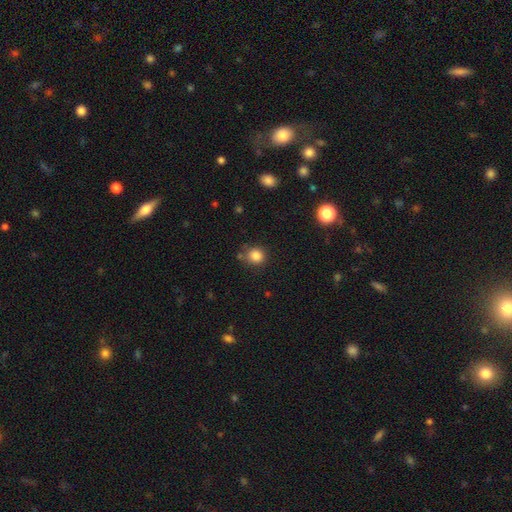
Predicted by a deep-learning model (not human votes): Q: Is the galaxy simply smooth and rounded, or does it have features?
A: smooth — 84%.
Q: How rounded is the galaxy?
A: round — 86%.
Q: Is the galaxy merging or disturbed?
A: none — 75%.